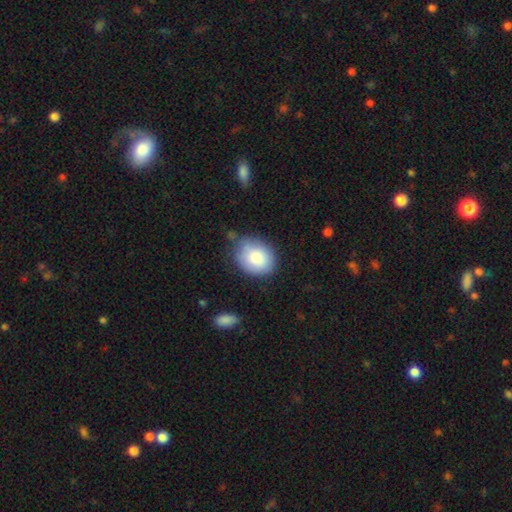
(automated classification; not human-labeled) Overall: smooth (84%). How rounded: in between (55%; round 44%). Merging: none (67%).